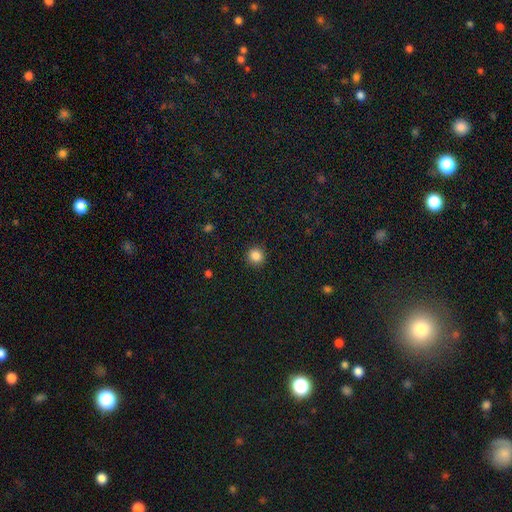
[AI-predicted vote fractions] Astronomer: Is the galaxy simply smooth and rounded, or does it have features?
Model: smooth — 85%.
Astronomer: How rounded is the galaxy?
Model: round — 94%.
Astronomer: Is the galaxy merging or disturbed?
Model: none — 92%.